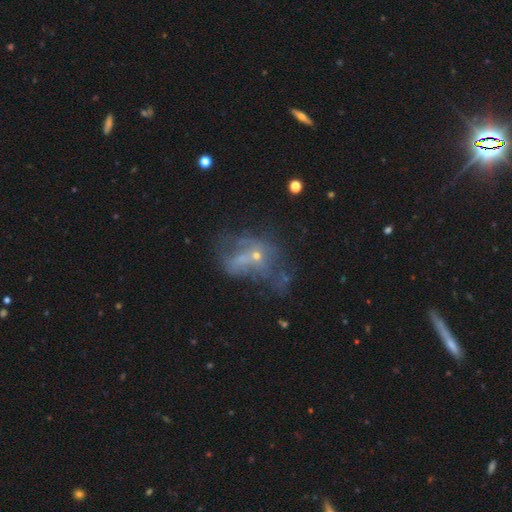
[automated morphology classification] This appears to be a featured or disk galaxy (51%). Merging: major disturbance (33%).